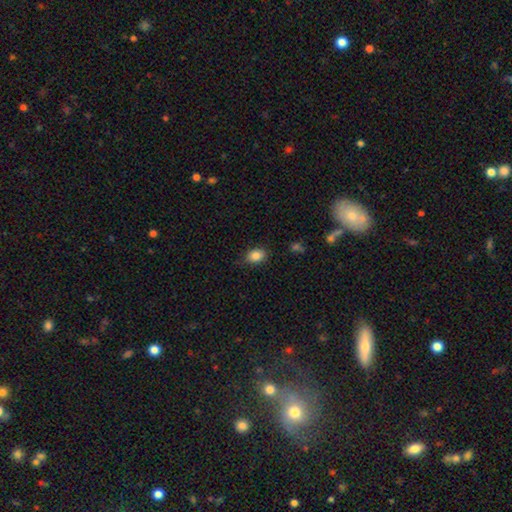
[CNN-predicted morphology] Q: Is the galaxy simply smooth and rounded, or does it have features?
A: smooth — 85%.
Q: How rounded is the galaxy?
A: in between — 74%.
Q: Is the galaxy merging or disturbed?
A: none — 80%.